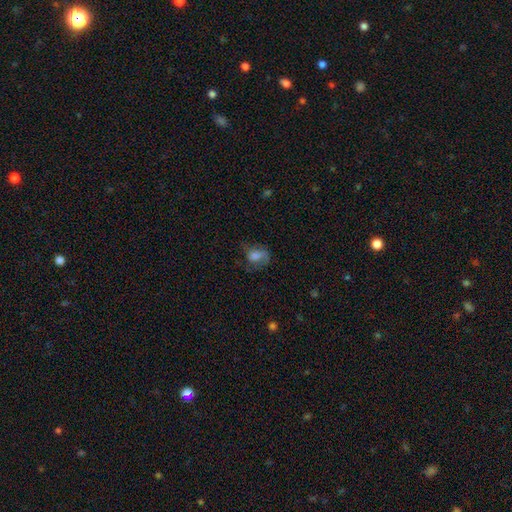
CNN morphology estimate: A smooth galaxy with no disk features (58%) that is in between round and cigar-shaped (65%).

Vote fractions:
- Smooth or featured? smooth: 58% / featured or disk: 31% / star or artifact: 12%
- How rounded? in between: 65% / round: 34% / cigar-shaped: 2%
- Merging? none: 46% / major disturbance: 26% / minor disturbance: 26% / merger: 2%